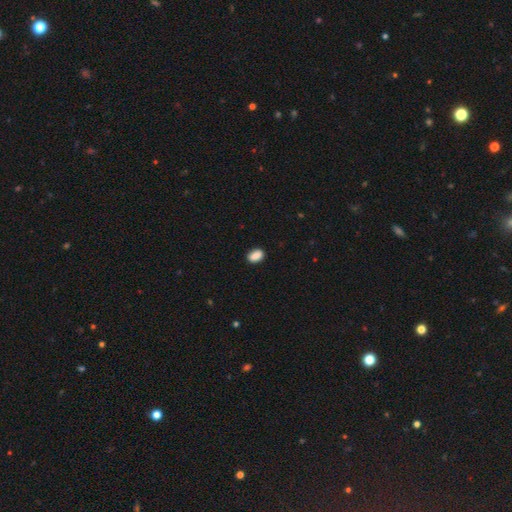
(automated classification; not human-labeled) The model was most divided on "how rounded": in between: 86%, round: 12%, cigar-shaped: 2%. More confident: smooth or featured — smooth (88%); merging — none (86%).